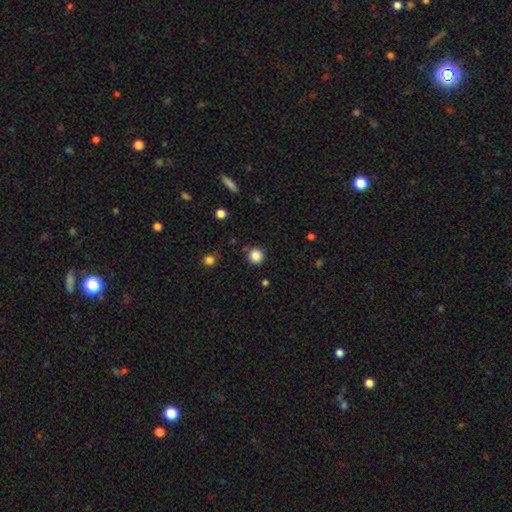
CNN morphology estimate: Smooth or featured? smooth (86%)
How rounded? round (94%)
Merging? none (88%)